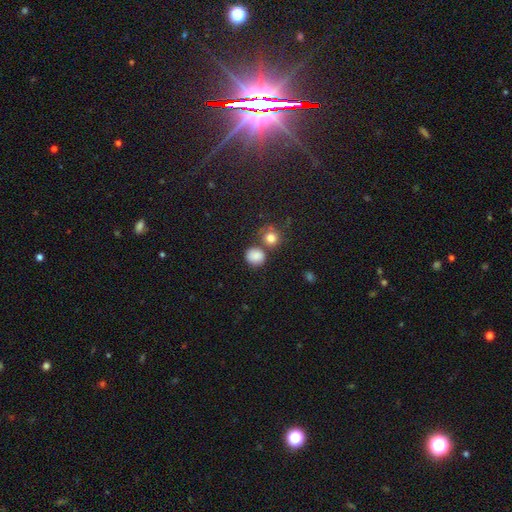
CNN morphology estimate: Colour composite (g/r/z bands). It shows a smooth galaxy with no disk features (85%) that is round (83%). Merging: none (67%).